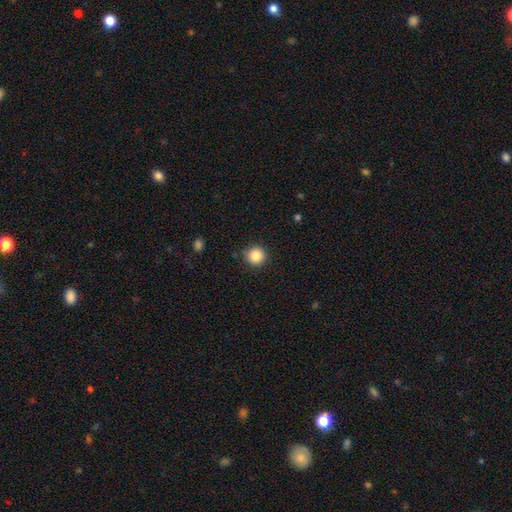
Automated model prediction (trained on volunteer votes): A smooth galaxy with no disk features (85%) that is round (94%).

Vote fractions:
- Smooth or featured? smooth: 85% / star or artifact: 10% / featured or disk: 4%
- How rounded? round: 94% / in between: 5% / cigar-shaped: 1%
- Merging? none: 89% / minor disturbance: 8% / major disturbance: 2% / merger: 1%